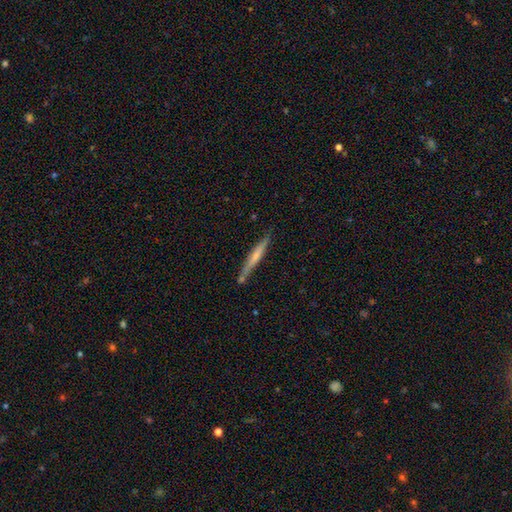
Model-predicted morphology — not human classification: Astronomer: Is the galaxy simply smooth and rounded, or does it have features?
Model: featured or disk — 48% (runner-up: smooth, 46%).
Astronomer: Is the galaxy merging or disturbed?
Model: none — 74%.